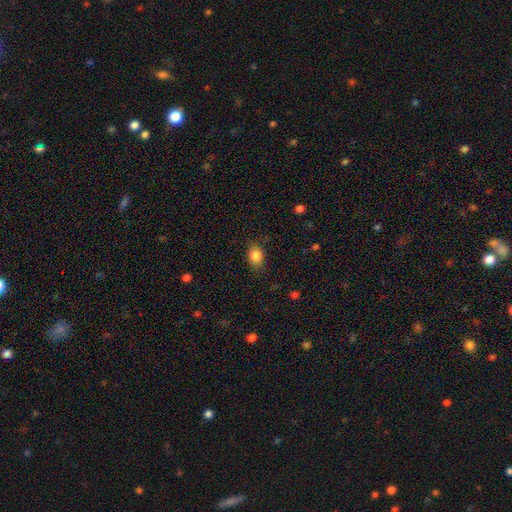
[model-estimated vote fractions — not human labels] smooth_or_featured: smooth (p=0.85) [alt: star or artifact p=0.09]
how_rounded: in between (p=0.67) [alt: round p=0.32]
merging: none (p=0.81) [alt: minor disturbance p=0.15]